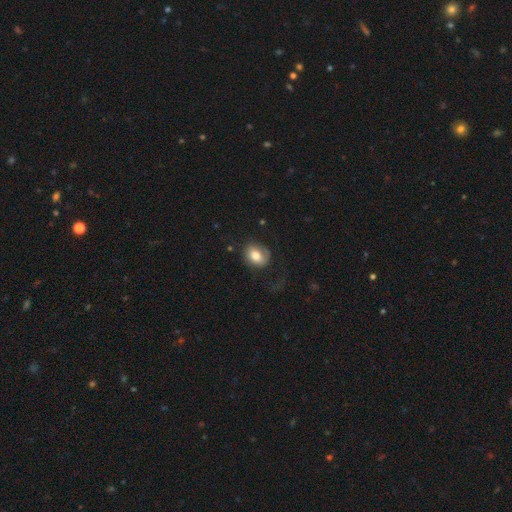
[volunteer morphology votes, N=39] type=smooth (62%); roundness=round (62%); merging=none (60%).